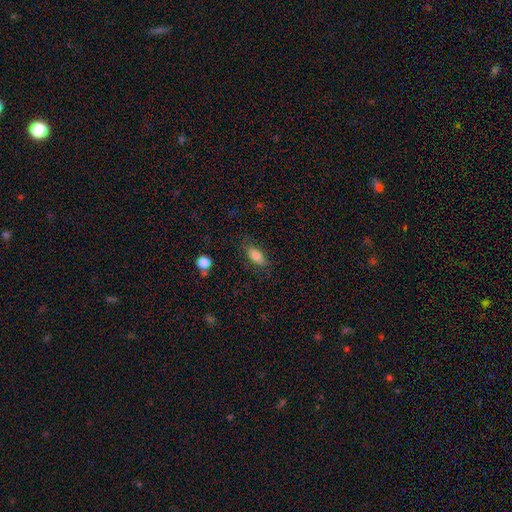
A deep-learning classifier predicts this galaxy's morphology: Smooth or featured?
  - smooth: 81% *
  - featured or disk: 11%
  - star or artifact: 8%
How rounded?
  - in between: 84% *
  - cigar-shaped: 12%
  - round: 4%
Merging?
  - none: 74% *
  - minor disturbance: 18%
  - major disturbance: 6%
  - merger: 2%